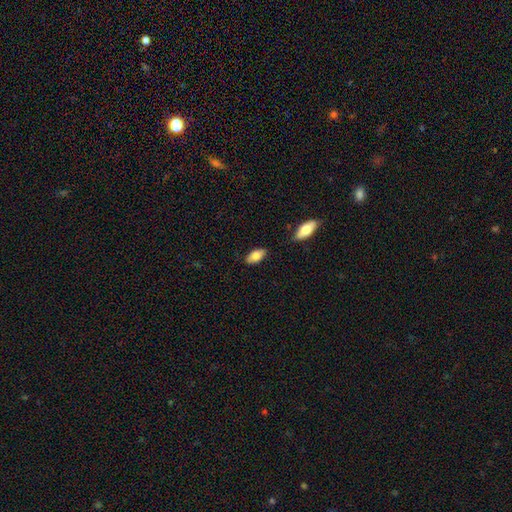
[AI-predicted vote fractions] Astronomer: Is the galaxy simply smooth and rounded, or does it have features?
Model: smooth — 80%.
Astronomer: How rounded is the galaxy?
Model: in between — 91%.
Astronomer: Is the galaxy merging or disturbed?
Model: none — 81%.